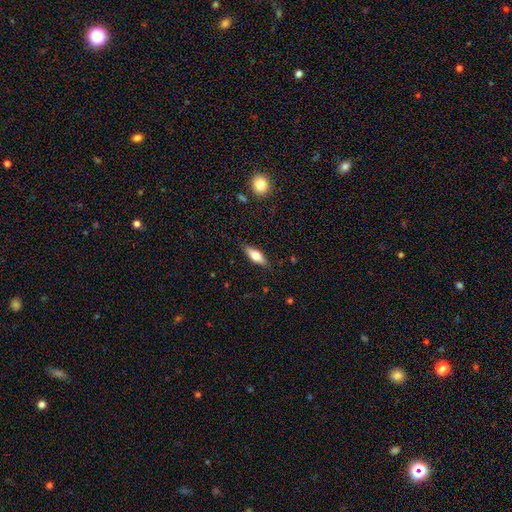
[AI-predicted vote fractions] This is likely a smooth galaxy (62%). How rounded: possibly in between (59%). Merging: clearly none (85%).